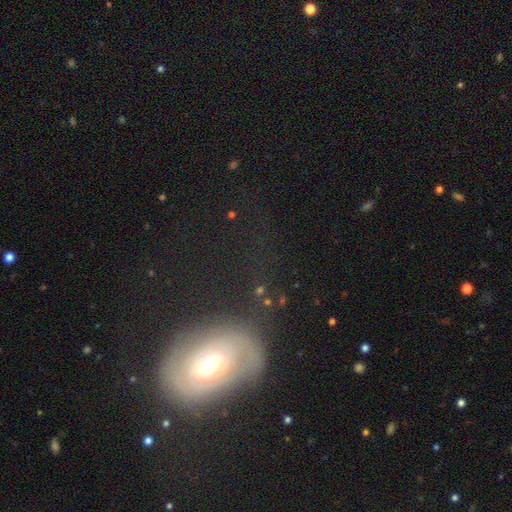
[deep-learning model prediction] Smooth or featured?
  - featured or disk: 59% *
  - smooth: 25%
  - star or artifact: 16%
Edge-on disk?
  - no: 93% *
  - yes: 7%
Bar?
  - no: 46% *
  - weak: 37%
  - strong: 17%
Spiral arms?
  - yes: 69% *
  - no: 31%
Bulge size?
  - moderate: 60% *
  - small: 32%
  - large: 5%
  - dominant: 2%
  - none: 1%
Merging?
  - none: 63% *
  - minor disturbance: 17%
  - major disturbance: 16%
  - merger: 3%